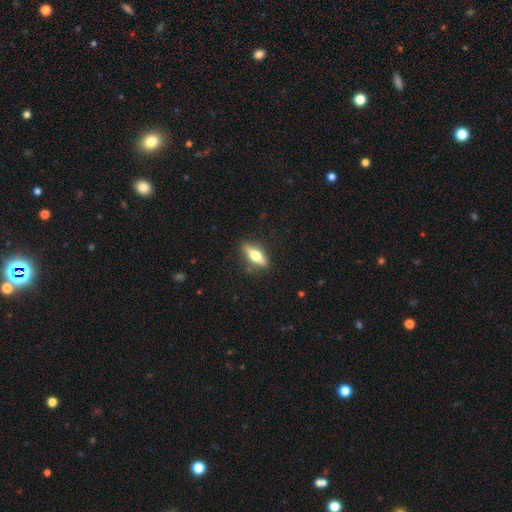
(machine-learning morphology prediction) Q: Smooth or featured?
A: smooth (56%); runner-up: featured or disk (38%)
Q: How rounded?
A: in between (57%); runner-up: cigar-shaped (40%)
Q: Merging?
A: none (85%); runner-up: minor disturbance (11%)